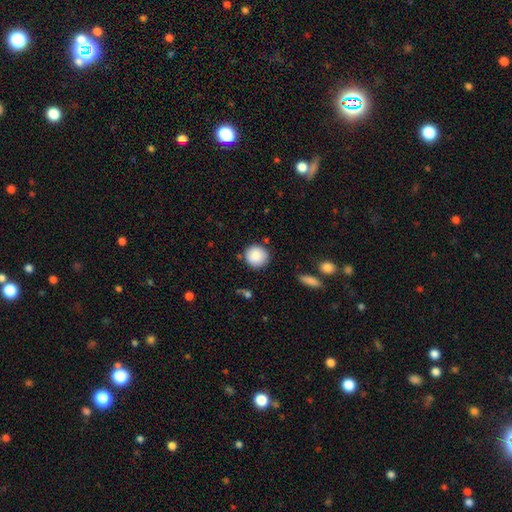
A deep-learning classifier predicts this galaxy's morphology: This is clearly a smooth galaxy (87%). How rounded: clearly round (93%). Merging: clearly none (87%).